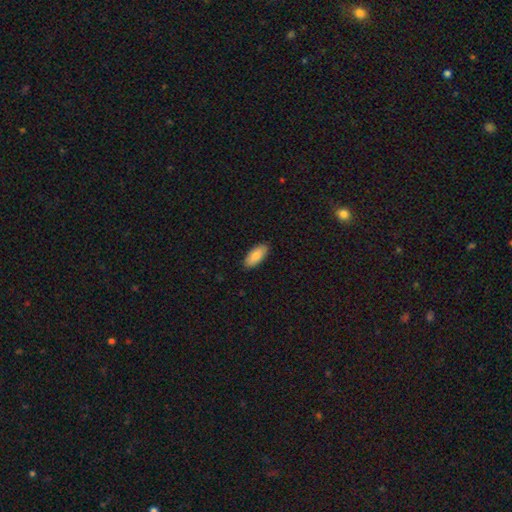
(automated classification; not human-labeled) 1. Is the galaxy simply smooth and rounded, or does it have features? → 85% smooth, 9% featured or disk, 6% star or artifact.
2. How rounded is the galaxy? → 88% in between, 10% cigar-shaped, 2% round.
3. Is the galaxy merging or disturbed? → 90% none, 8% minor disturbance, 2% major disturbance, 1% merger.